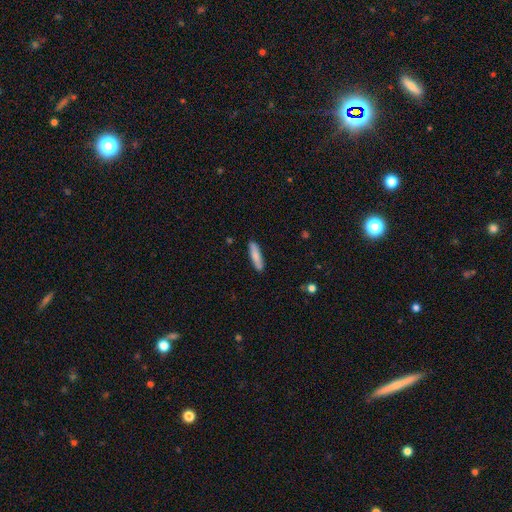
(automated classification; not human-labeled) smooth 82%, featured or disk 12%, star or artifact 5%. Down the decision tree: how rounded — cigar-shaped (80%); merging — none (88%).